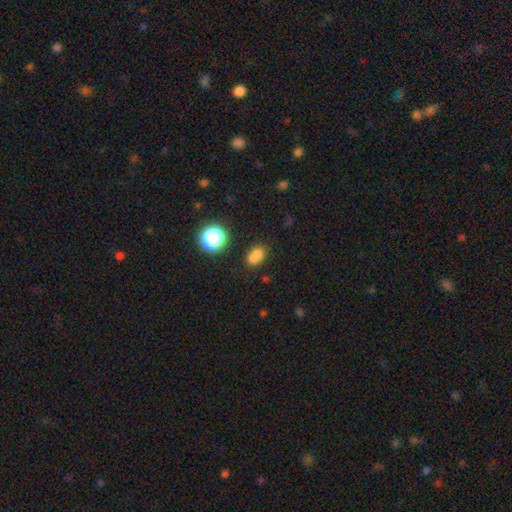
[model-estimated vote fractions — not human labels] Morphology: type=smooth (73%); roundness=in between (60%); merging=none (53%).